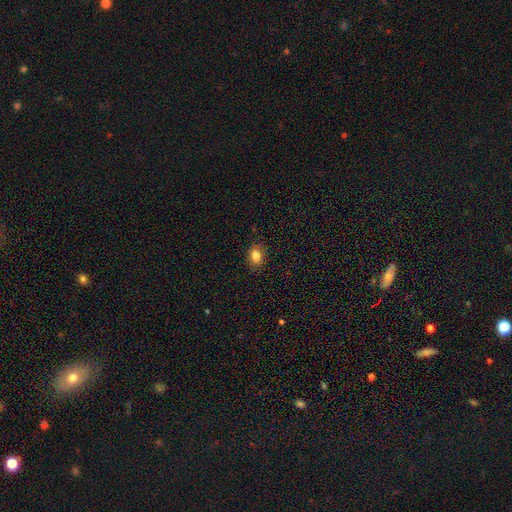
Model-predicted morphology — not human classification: This appears to be a smooth galaxy with no disk features (81%) that is in between round and cigar-shaped (67%). Merging: none (86%).